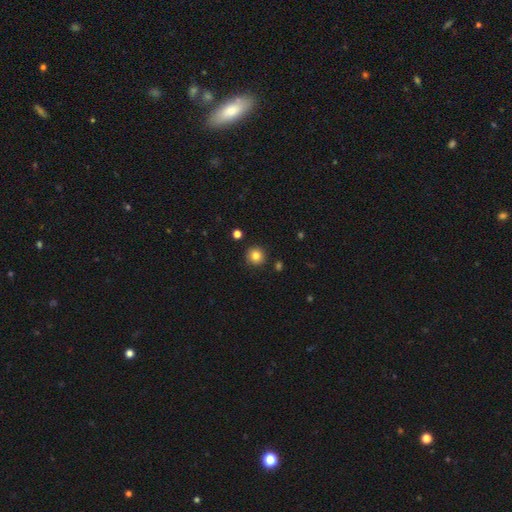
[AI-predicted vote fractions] A smooth galaxy with no disk features (84%) that is round (94%).

Vote fractions:
- Smooth or featured? smooth: 84% / star or artifact: 11% / featured or disk: 5%
- How rounded? round: 94% / in between: 5% / cigar-shaped: 1%
- Merging? none: 90% / minor disturbance: 6% / merger: 2% / major disturbance: 2%